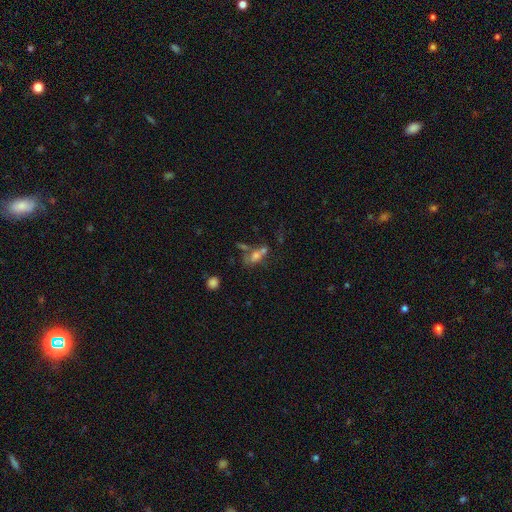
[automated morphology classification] This is possibly a smooth galaxy (56%). How rounded: likely in between (71%). Merging: possibly merger (47%).